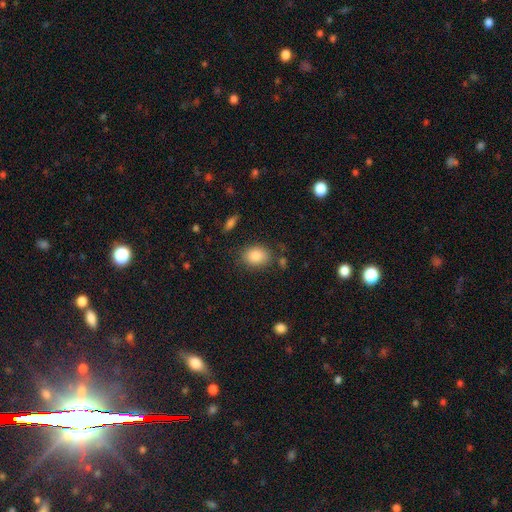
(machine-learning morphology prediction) Smooth or featured: smooth — 85% (star or artifact — 8%)
How rounded: in between — 68% (round — 31%)
Merging: none — 78% (minor disturbance — 14%)